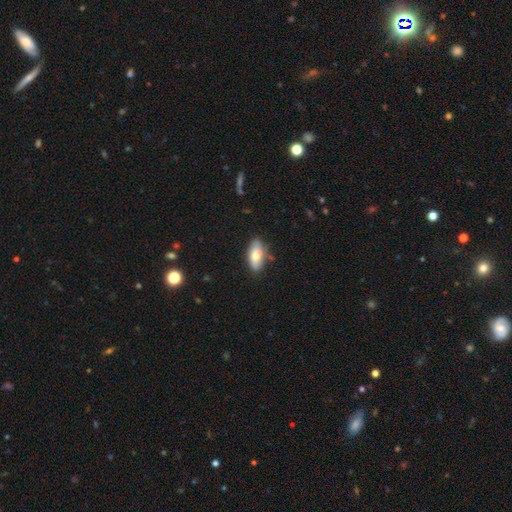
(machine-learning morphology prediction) A smooth galaxy with no disk features (74%) that is in between round and cigar-shaped (87%). Merging: none (76%).